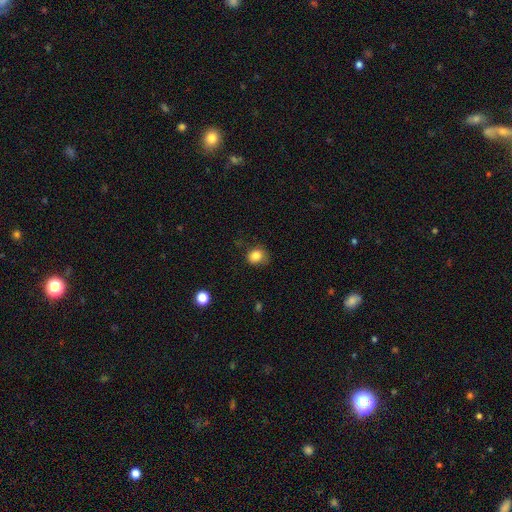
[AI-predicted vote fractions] smooth 84%, star or artifact 11%, featured or disk 5%. Down the decision tree: how rounded — round (74%); merging — none (70%).